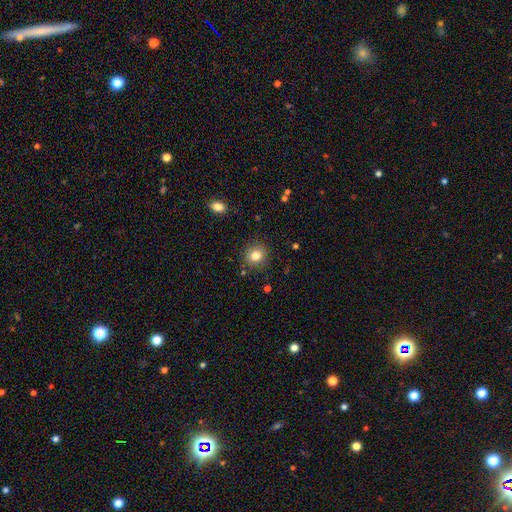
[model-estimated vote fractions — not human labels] This is clearly a smooth galaxy (81%). How rounded: clearly round (83%). Merging: clearly none (87%).